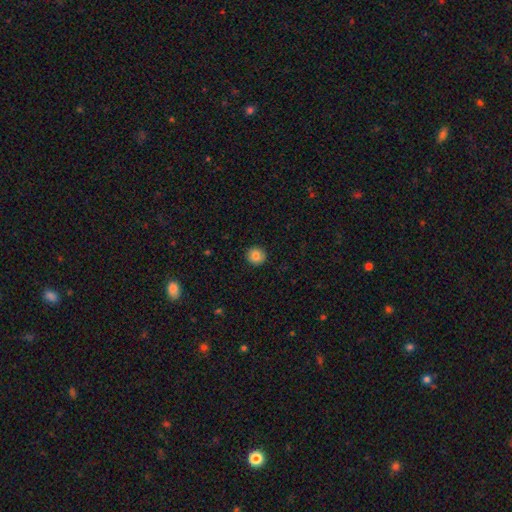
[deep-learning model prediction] A smooth galaxy with no disk features (84%) that is round (92%).

Vote fractions:
- Smooth or featured? smooth: 84% / star or artifact: 9% / featured or disk: 7%
- How rounded? round: 92% / in between: 7% / cigar-shaped: 1%
- Merging? none: 91% / minor disturbance: 6% / major disturbance: 2% / merger: 1%